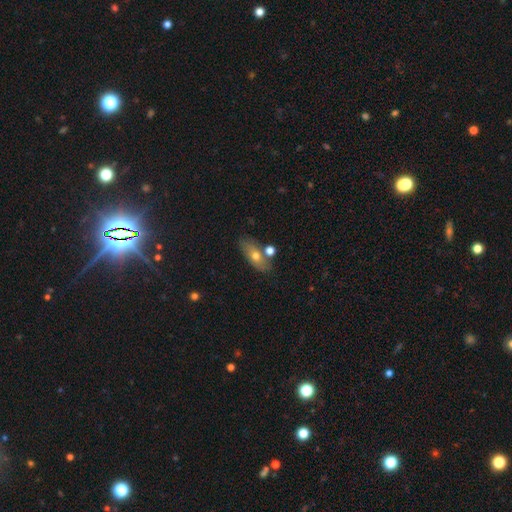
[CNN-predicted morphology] A smooth galaxy with no disk features (66%) that is in between round and cigar-shaped (76%). Merging: none (69%).